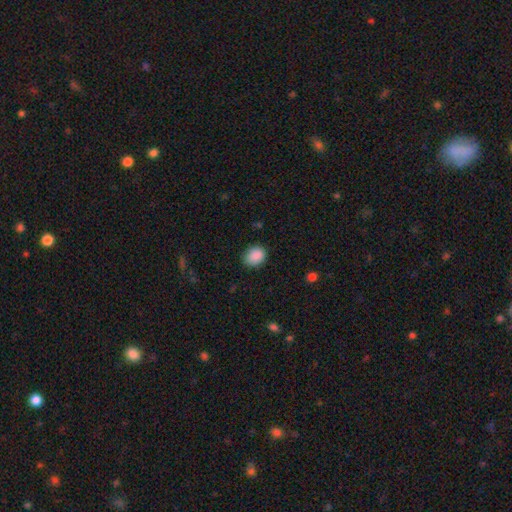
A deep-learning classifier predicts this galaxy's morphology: smooth-or-featured: smooth: 88% | star or artifact: 8% | featured or disk: 3%
  how-rounded: round: 50% | in between: 49% | cigar-shaped: 1%
  merging: none: 78% | minor disturbance: 17% | major disturbance: 3% | merger: 1%